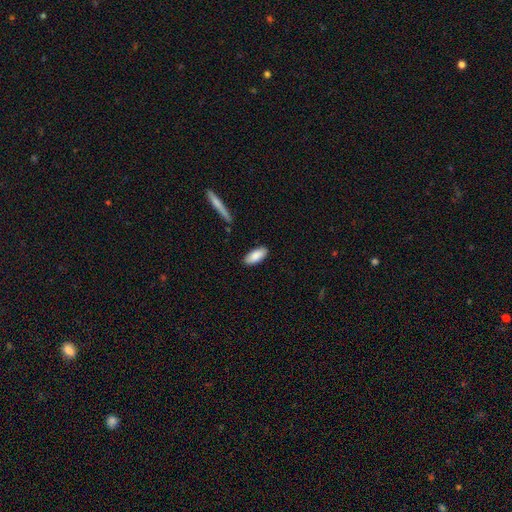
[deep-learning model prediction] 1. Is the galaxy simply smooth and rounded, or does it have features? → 86% smooth, 8% featured or disk, 6% star or artifact.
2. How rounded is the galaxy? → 85% in between, 13% cigar-shaped, 2% round.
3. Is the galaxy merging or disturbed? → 86% none, 10% minor disturbance, 2% major disturbance, 2% merger.